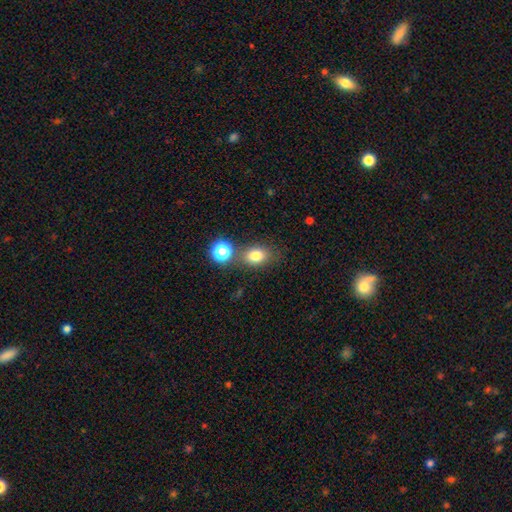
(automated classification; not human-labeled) A smooth galaxy with no disk features (79%) that is in between round and cigar-shaped (58%).

Vote fractions:
- Smooth or featured? smooth: 79% / star or artifact: 13% / featured or disk: 8%
- How rounded? in between: 58% / round: 41% / cigar-shaped: 1%
- Merging? none: 68% / merger: 15% / minor disturbance: 13% / major disturbance: 4%